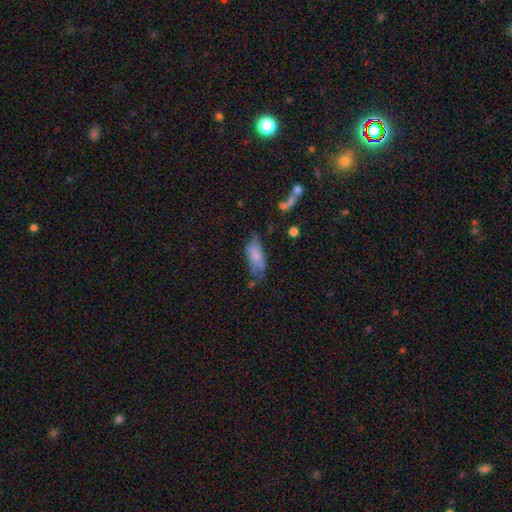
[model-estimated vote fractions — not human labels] This appears to be a smooth galaxy with no disk features (70%) that is in between round and cigar-shaped (83%). Merging: none (47%).